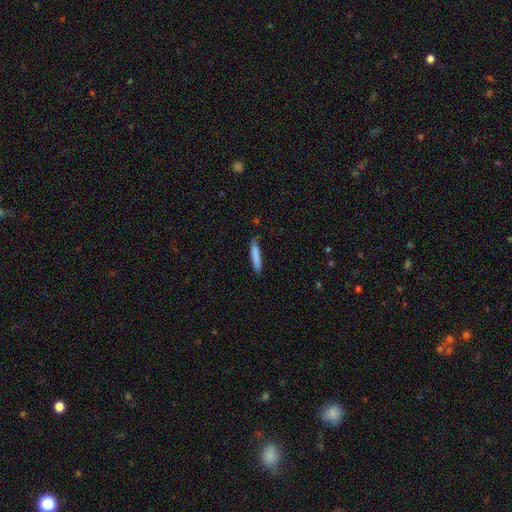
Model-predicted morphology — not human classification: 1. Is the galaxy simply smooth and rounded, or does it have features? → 82% smooth, 12% featured or disk, 6% star or artifact.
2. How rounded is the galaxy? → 91% cigar-shaped, 8% in between, 1% round.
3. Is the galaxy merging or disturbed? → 81% none, 15% minor disturbance, 2% major disturbance, 2% merger.